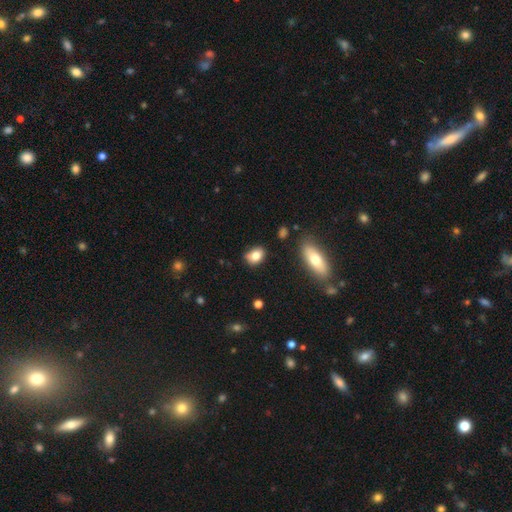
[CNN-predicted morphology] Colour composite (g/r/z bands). It shows a smooth galaxy with no disk features (80%) that is in between round and cigar-shaped (69%). Merging: none (65%).